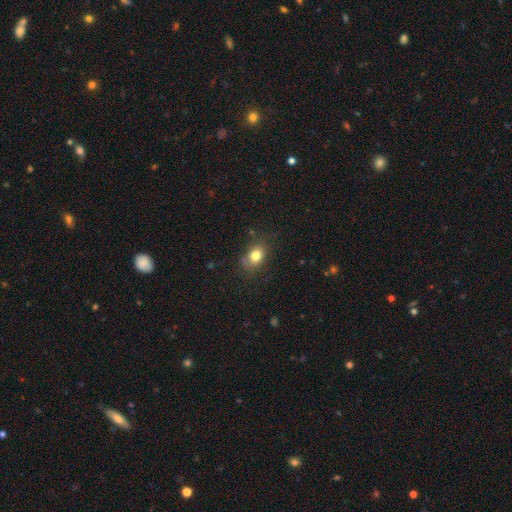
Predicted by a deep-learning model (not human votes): The model was most divided on "how rounded": in between: 61%, round: 37%, cigar-shaped: 1%. More confident: smooth or featured — smooth (79%); merging — none (72%).